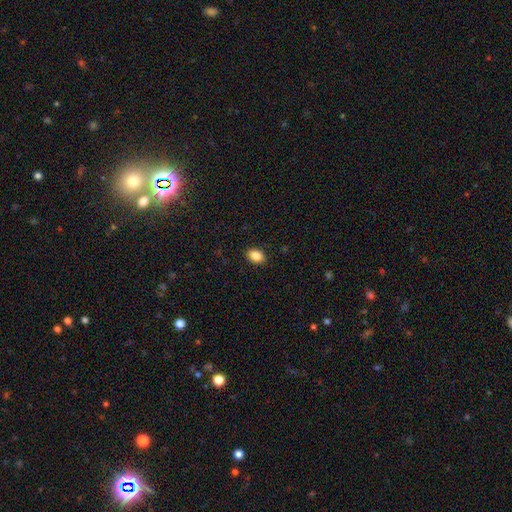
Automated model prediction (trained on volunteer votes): Smooth or featured?
  - smooth: 86% *
  - star or artifact: 9%
  - featured or disk: 5%
How rounded?
  - in between: 82% *
  - round: 17%
  - cigar-shaped: 1%
Merging?
  - none: 90% *
  - minor disturbance: 8%
  - major disturbance: 2%
  - merger: 1%